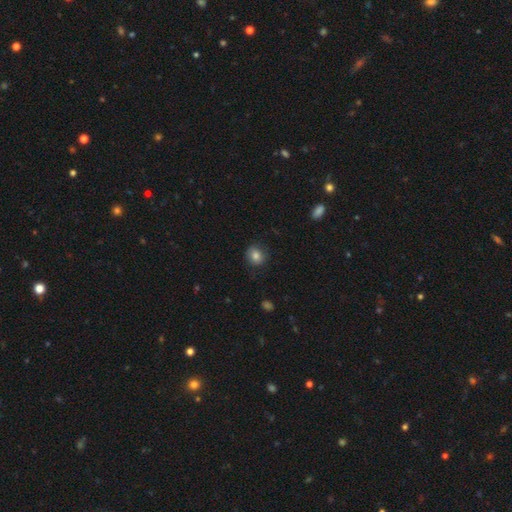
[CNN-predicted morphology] A smooth galaxy with no disk features (82%) that is round (75%).

Vote fractions:
- Smooth or featured? smooth: 82% / star or artifact: 9% / featured or disk: 8%
- How rounded? round: 75% / in between: 24% / cigar-shaped: 1%
- Merging? none: 80% / minor disturbance: 15% / major disturbance: 4% / merger: 1%